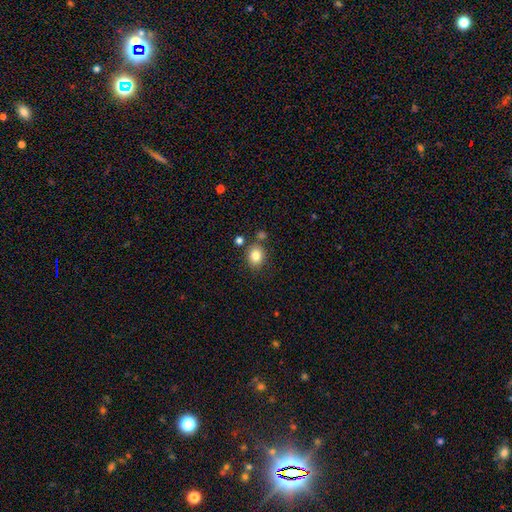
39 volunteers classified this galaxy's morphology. Smooth or featured: smooth — 85% (star or artifact — 10%)
How rounded: in between — 73% (round — 27%)
Merging: none — 77% (merger — 11%)